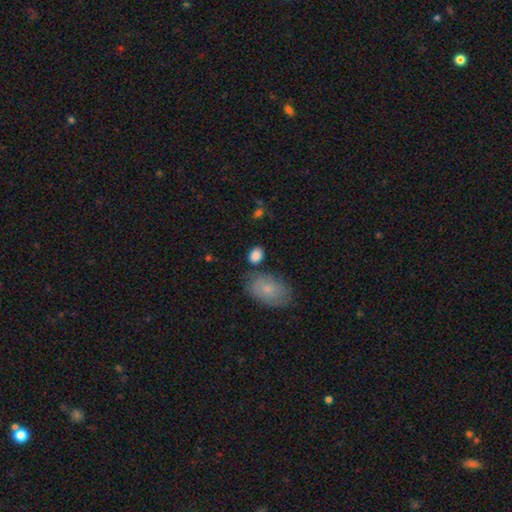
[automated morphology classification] smooth_or_featured: smooth (p=0.86) [alt: star or artifact p=0.07]
how_rounded: in between (p=0.65) [alt: round p=0.33]
merging: none (p=0.70) [alt: minor disturbance p=0.16]